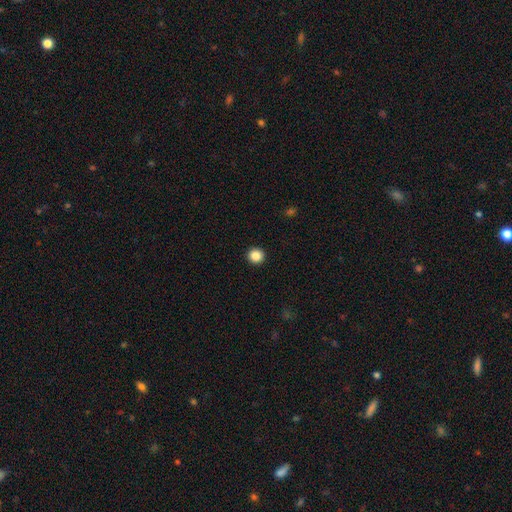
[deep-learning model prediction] smooth_or_featured: smooth (p=0.86) [alt: star or artifact p=0.10]
how_rounded: round (p=0.95) [alt: in between p=0.04]
merging: none (p=0.93) [alt: minor disturbance p=0.04]